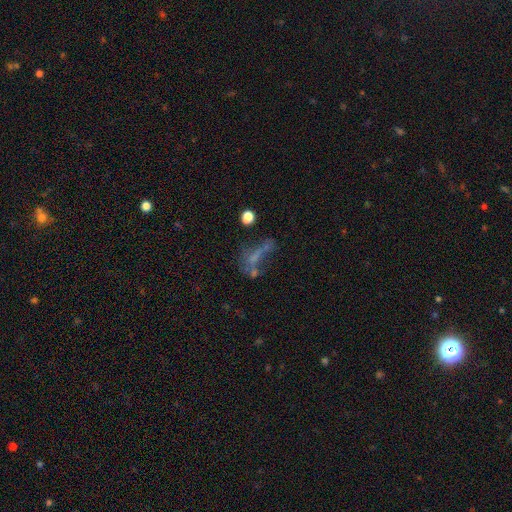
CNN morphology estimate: Smooth or featured: featured or disk — 40% (smooth — 33%)
Merging: major disturbance — 33% (none — 30%)